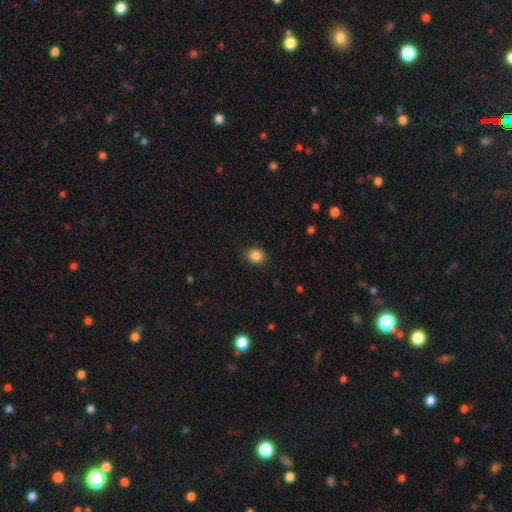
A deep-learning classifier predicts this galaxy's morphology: Q: Smooth or featured?
A: smooth (87%); runner-up: star or artifact (10%)
Q: How rounded?
A: round (79%); runner-up: in between (20%)
Q: Merging?
A: none (89%); runner-up: minor disturbance (8%)